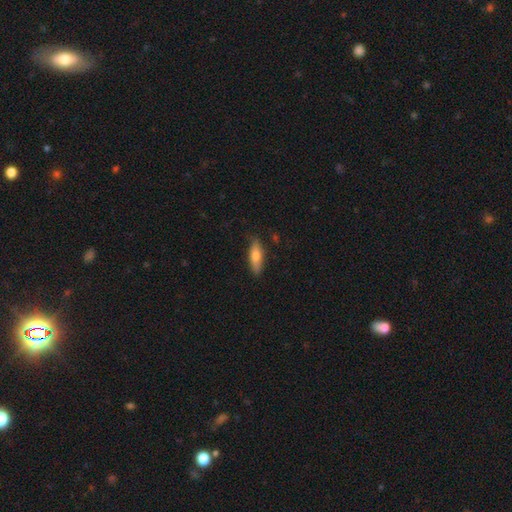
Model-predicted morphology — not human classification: This is likely a smooth galaxy (66%). How rounded: possibly cigar-shaped (54%). Merging: clearly none (83%).